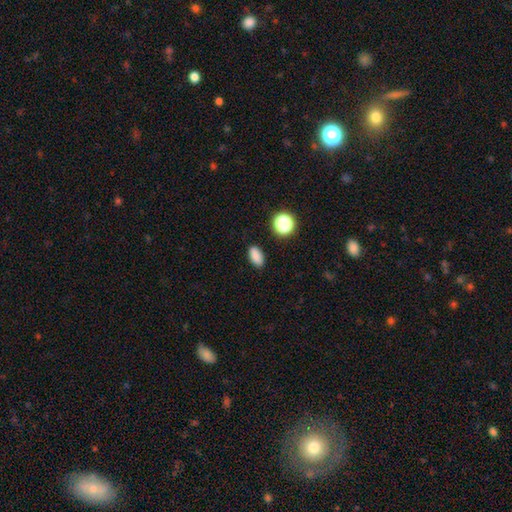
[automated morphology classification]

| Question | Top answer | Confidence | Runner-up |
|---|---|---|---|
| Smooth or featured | smooth | 85% | star or artifact (12%) |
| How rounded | in between | 88% | round (8%) |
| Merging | none | 88% | minor disturbance (9%) |